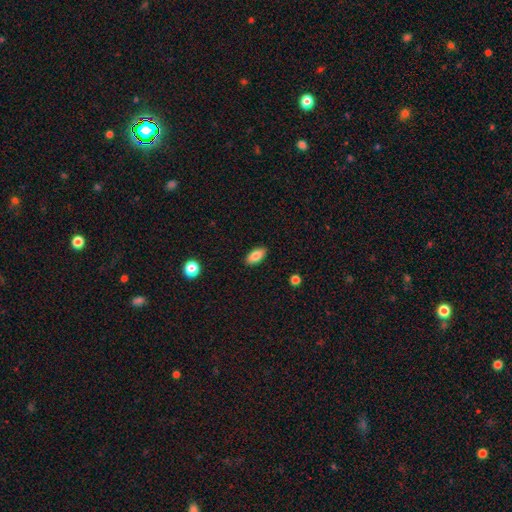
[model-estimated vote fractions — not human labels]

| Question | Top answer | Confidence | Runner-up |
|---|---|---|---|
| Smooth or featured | smooth | 84% | featured or disk (9%) |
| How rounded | in between | 90% | cigar-shaped (7%) |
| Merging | none | 89% | minor disturbance (8%) |